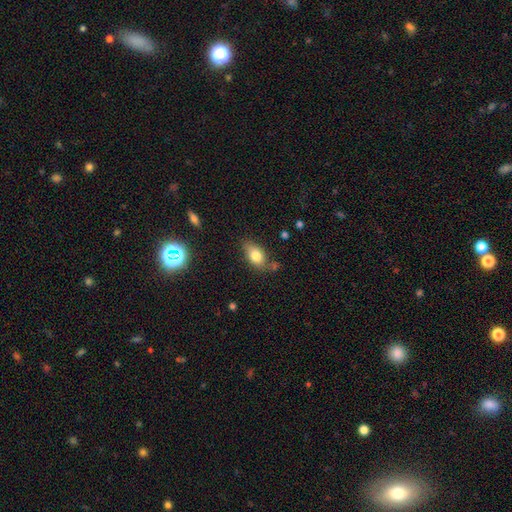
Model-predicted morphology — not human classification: Overall: smooth (78%). How rounded: in between (86%). Merging: none (68%).